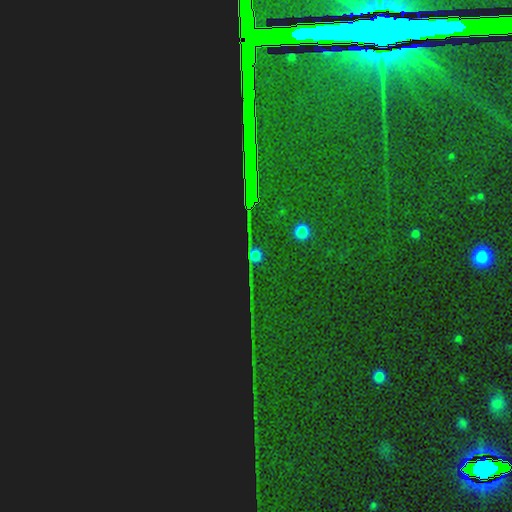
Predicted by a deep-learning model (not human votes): smooth_or_featured: star or artifact (p=0.73) [alt: smooth p=0.14]